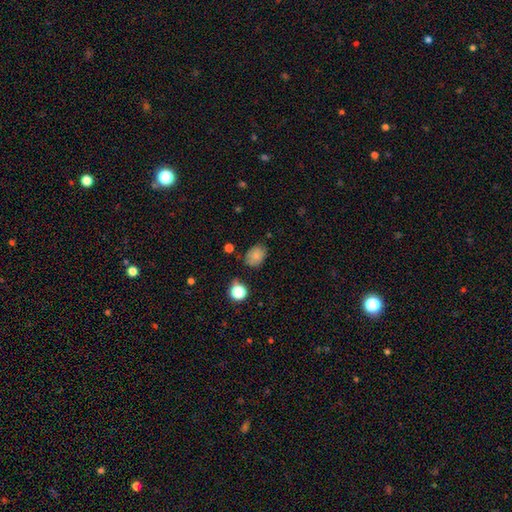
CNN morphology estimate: smooth-or-featured: smooth: 79% | star or artifact: 11% | featured or disk: 9%
  how-rounded: in between: 68% | round: 31% | cigar-shaped: 1%
  merging: none: 70% | minor disturbance: 22% | major disturbance: 5% | merger: 3%